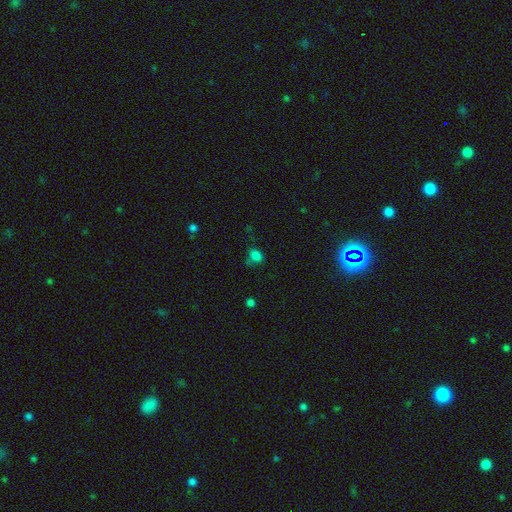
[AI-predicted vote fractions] This is likely a smooth galaxy (76%). How rounded: possibly in between (55%). Merging: possibly none (55%).